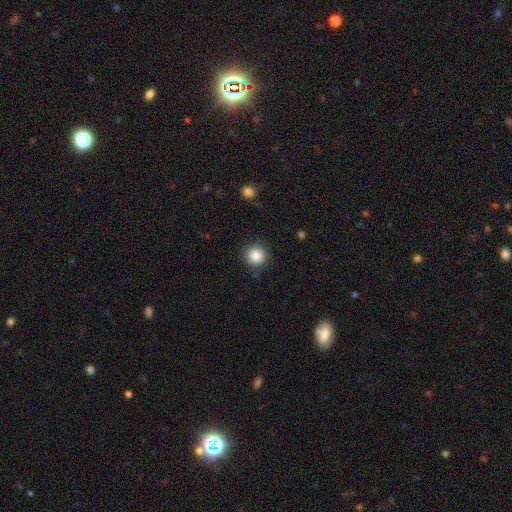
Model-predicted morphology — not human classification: smooth-or-featured: smooth: 86% | star or artifact: 10% | featured or disk: 4%
  how-rounded: round: 94% | in between: 5% | cigar-shaped: 1%
  merging: none: 87% | minor disturbance: 9% | major disturbance: 3% | merger: 1%